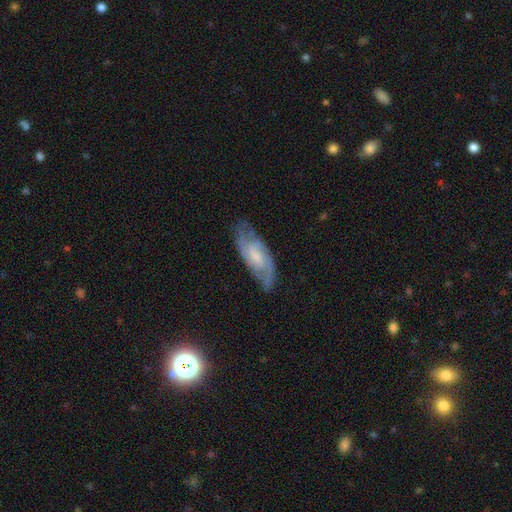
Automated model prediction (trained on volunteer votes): Smooth or featured? featured or disk (80%)
Edge-on disk? no (91%)
Bar? weak (48%)
Spiral arms? yes (95%)
Spiral winding? medium (48%)
Spiral arm count? 2 (70%)
Bulge size? small (43%)
Merging? none (76%)